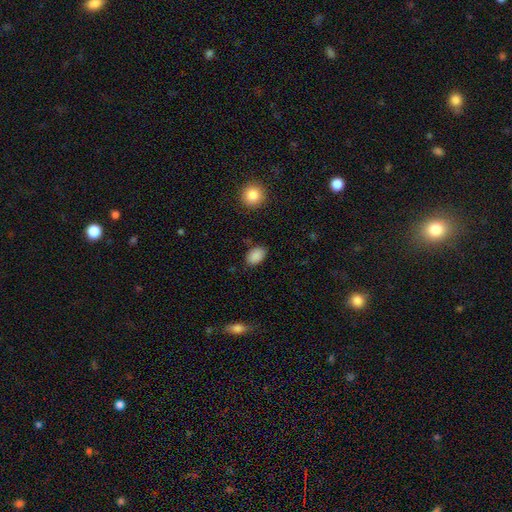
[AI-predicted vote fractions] A smooth galaxy with no disk features (89%) that is in between round and cigar-shaped (85%).

Vote fractions:
- Smooth or featured? smooth: 89% / star or artifact: 8% / featured or disk: 3%
- How rounded? in between: 85% / round: 14% / cigar-shaped: 1%
- Merging? none: 83% / minor disturbance: 12% / major disturbance: 3% / merger: 2%